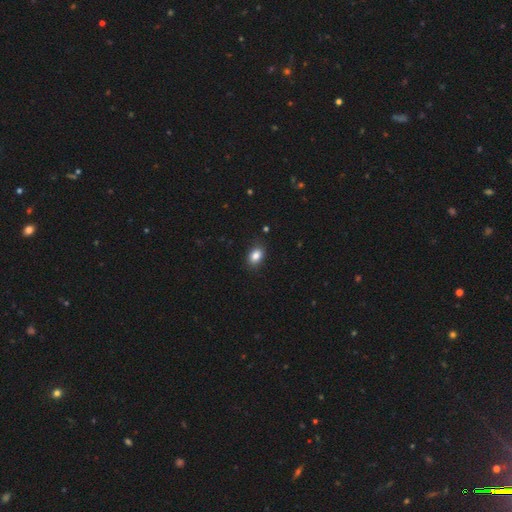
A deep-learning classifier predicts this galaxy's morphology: Smooth or featured: smooth — 85% (star or artifact — 10%)
How rounded: in between — 74% (round — 25%)
Merging: none — 85% (minor disturbance — 11%)